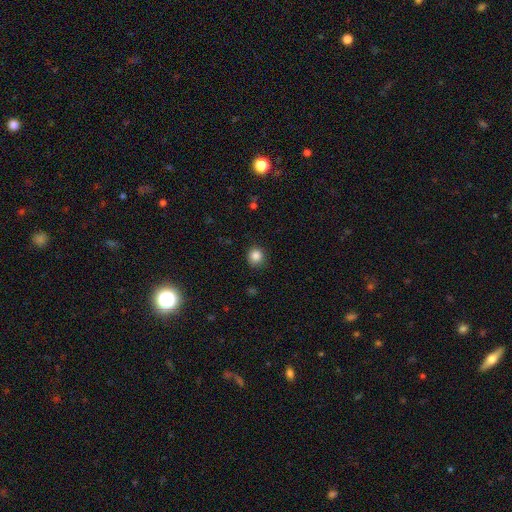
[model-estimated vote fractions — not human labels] This appears to be a smooth galaxy with no disk features (85%) that is round (90%). Merging: none (88%).